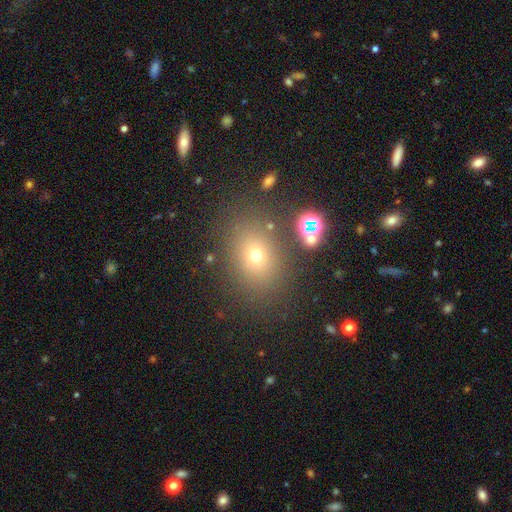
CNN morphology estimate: smooth_or_featured: smooth (p=0.64) [alt: star or artifact p=0.22]
how_rounded: in between (p=0.59) [alt: round p=0.40]
merging: none (p=0.83) [alt: minor disturbance p=0.10]